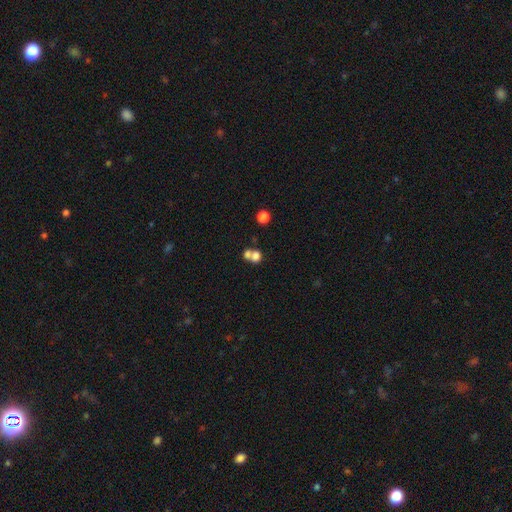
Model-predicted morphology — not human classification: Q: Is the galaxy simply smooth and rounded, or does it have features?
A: smooth — 73%.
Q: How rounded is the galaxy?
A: round — 66%.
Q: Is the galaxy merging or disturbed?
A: merger — 59%.